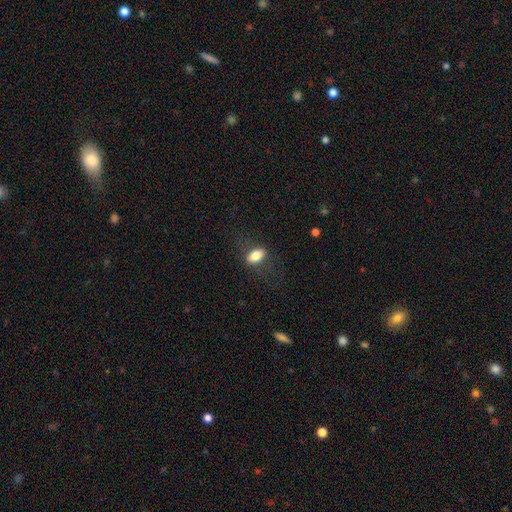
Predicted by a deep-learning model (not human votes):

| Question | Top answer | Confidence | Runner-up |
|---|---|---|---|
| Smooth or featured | smooth | 78% | featured or disk (14%) |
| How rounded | in between | 85% | round (9%) |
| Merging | none | 77% | minor disturbance (14%) |